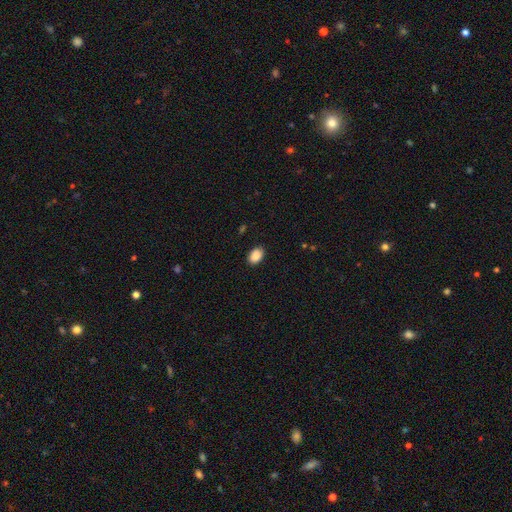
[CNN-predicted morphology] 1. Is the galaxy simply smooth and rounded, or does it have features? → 90% smooth, 7% star or artifact, 3% featured or disk.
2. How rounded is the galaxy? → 84% in between, 15% round, 1% cigar-shaped.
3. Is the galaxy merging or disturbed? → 88% none, 9% minor disturbance, 2% major disturbance, 1% merger.